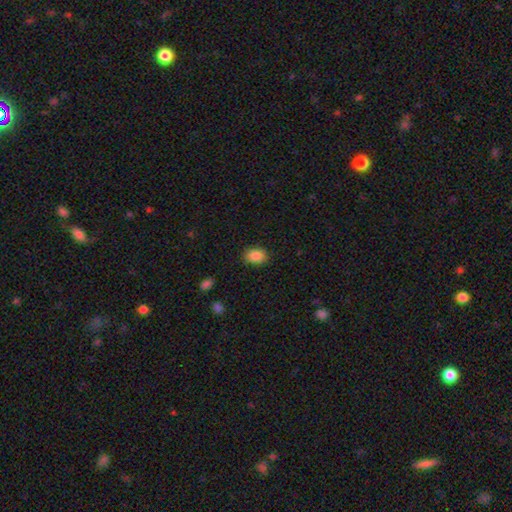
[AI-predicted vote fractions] Smooth or featured?
  - smooth: 88% *
  - star or artifact: 8%
  - featured or disk: 4%
How rounded?
  - in between: 75% *
  - round: 24%
  - cigar-shaped: 1%
Merging?
  - none: 86% *
  - minor disturbance: 10%
  - major disturbance: 3%
  - merger: 1%